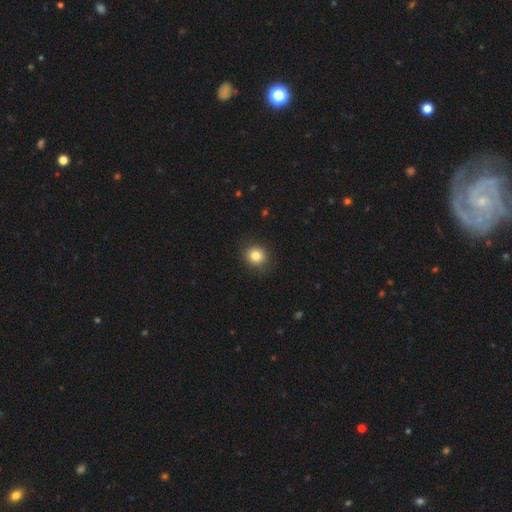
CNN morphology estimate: Smooth or featured: smooth — 83% (star or artifact — 11%)
How rounded: round — 84% (in between — 15%)
Merging: none — 88% (minor disturbance — 8%)